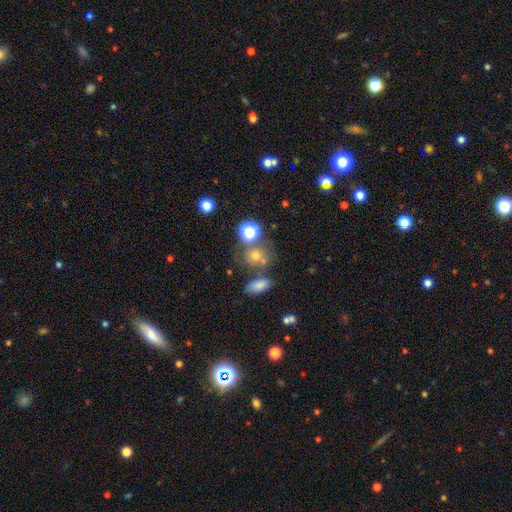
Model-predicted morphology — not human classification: smooth 64%, star or artifact 23%, featured or disk 14%. Down the decision tree: how rounded — round (71%); merging — none (55%).